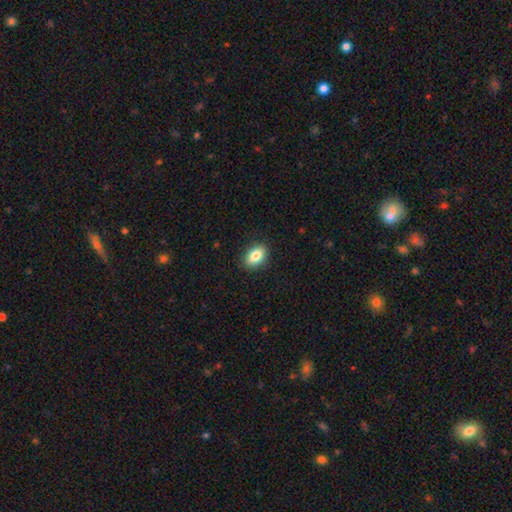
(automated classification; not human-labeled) Q: Smooth or featured?
A: smooth (84%); runner-up: featured or disk (8%)
Q: How rounded?
A: in between (86%); runner-up: round (12%)
Q: Merging?
A: none (89%); runner-up: minor disturbance (8%)